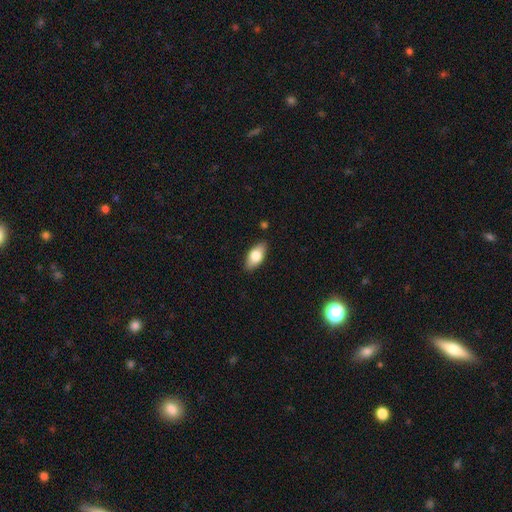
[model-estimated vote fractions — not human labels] Overall: smooth (74%). How rounded: in between (89%). Merging: none (86%).